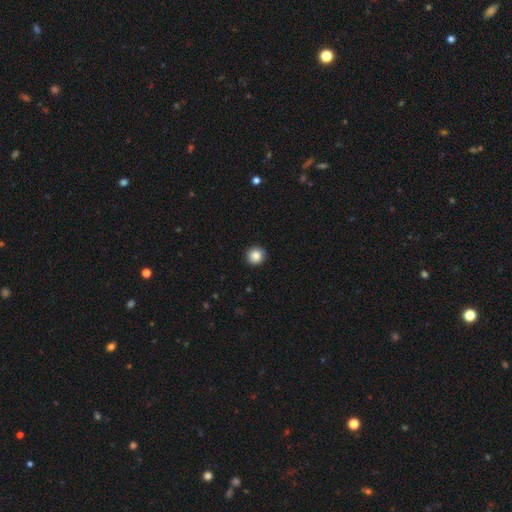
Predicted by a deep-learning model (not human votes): Smooth or featured? Predicted: smooth (p=0.87). How rounded? Predicted: round (p=0.94). Merging? Predicted: none (p=0.91).